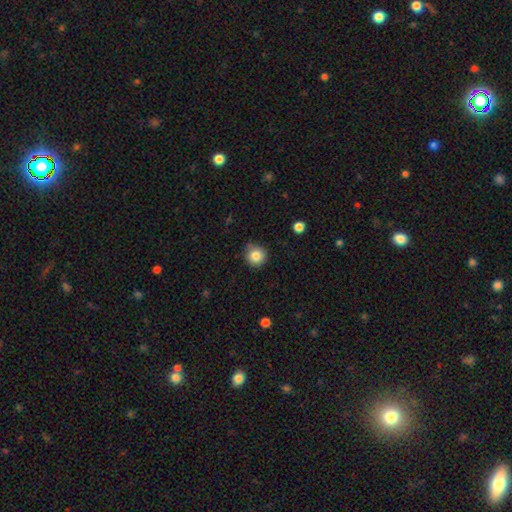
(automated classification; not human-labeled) This appears to be a smooth galaxy with no disk features (84%) that is round (95%). Merging: none (85%).